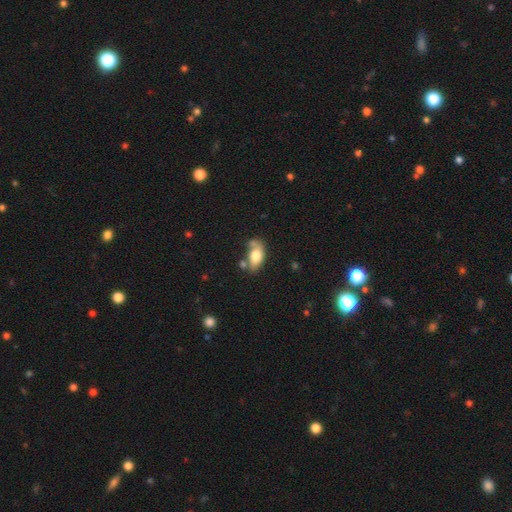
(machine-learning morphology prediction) Smooth or featured?
  - smooth: 73% *
  - featured or disk: 20%
  - star or artifact: 7%
How rounded?
  - in between: 89% *
  - round: 6%
  - cigar-shaped: 5%
Merging?
  - none: 48% *
  - minor disturbance: 23%
  - merger: 20%
  - major disturbance: 9%